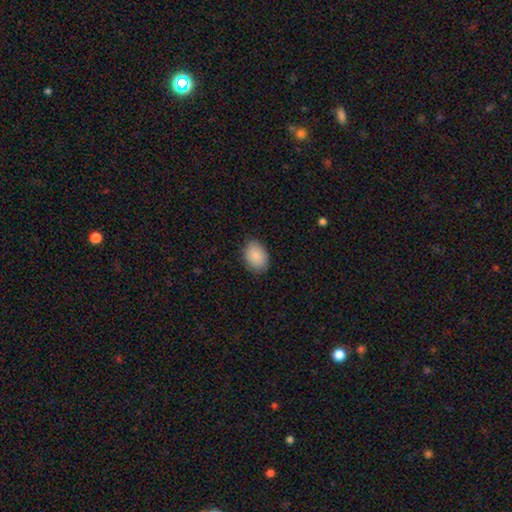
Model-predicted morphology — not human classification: A smooth galaxy with no disk features (89%) that is in between round and cigar-shaped (81%).

Vote fractions:
- Smooth or featured? smooth: 89% / star or artifact: 6% / featured or disk: 5%
- How rounded? in between: 81% / round: 18% / cigar-shaped: 1%
- Merging? none: 83% / minor disturbance: 13% / major disturbance: 3% / merger: 1%